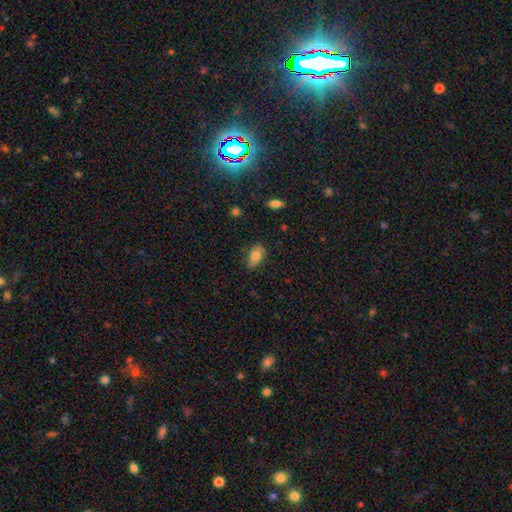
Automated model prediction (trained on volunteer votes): A smooth galaxy with no disk features (77%) that is in between round and cigar-shaped (88%). Merging: none (74%).